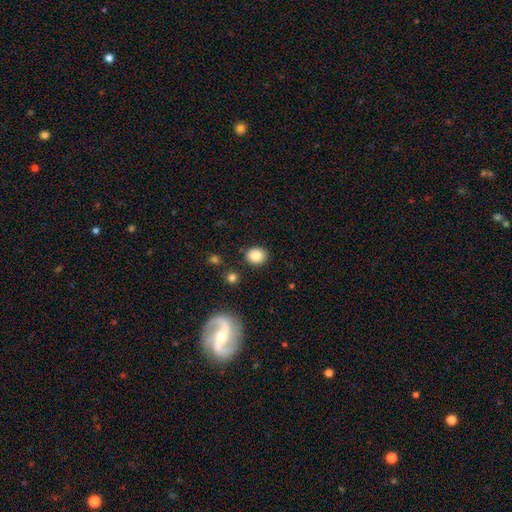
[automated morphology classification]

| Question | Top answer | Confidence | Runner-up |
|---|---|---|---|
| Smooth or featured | smooth | 86% | star or artifact (9%) |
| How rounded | round | 61% | in between (38%) |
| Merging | none | 86% | minor disturbance (9%) |